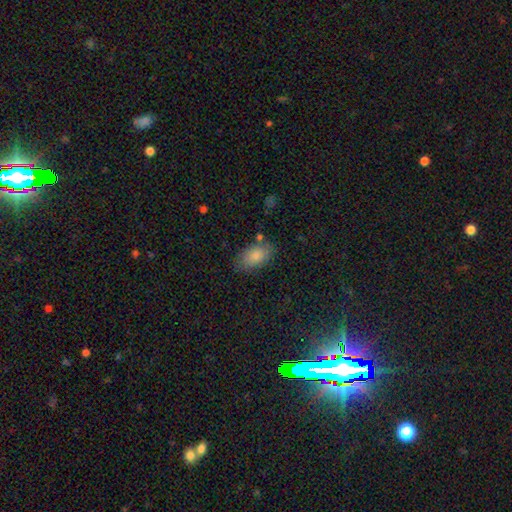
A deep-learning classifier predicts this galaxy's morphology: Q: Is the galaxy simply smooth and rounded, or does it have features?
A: smooth — 84%.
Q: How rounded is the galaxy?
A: in between — 93%.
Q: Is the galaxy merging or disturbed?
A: none — 74%.